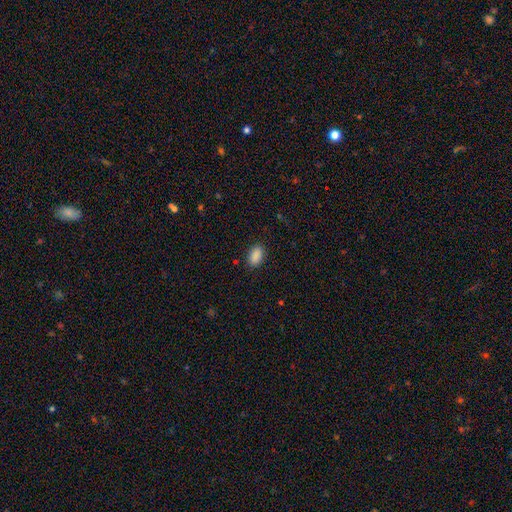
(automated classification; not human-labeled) Q: Smooth or featured?
A: smooth (90%); runner-up: star or artifact (8%)
Q: How rounded?
A: in between (92%); runner-up: round (6%)
Q: Merging?
A: none (88%); runner-up: minor disturbance (8%)